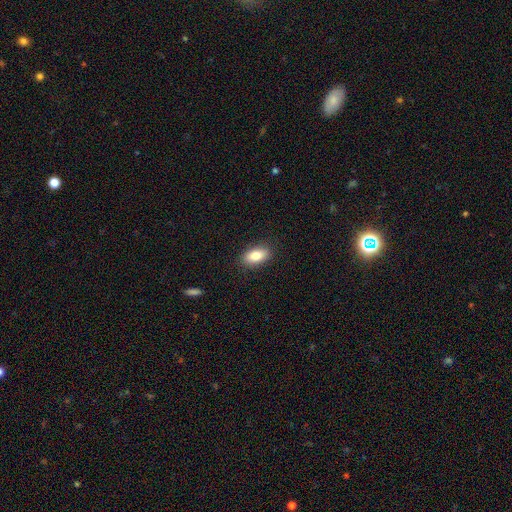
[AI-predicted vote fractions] smooth-or-featured: smooth: 83% | featured or disk: 10% | star or artifact: 7%
  how-rounded: in between: 90% | round: 5% | cigar-shaped: 5%
  merging: none: 88% | minor disturbance: 9% | major disturbance: 2% | merger: 1%